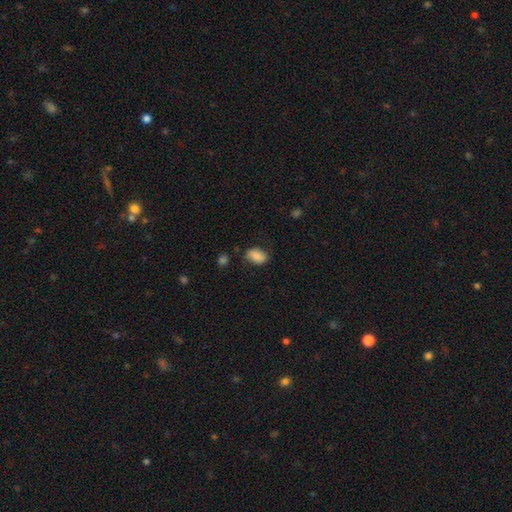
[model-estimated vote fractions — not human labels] smooth 82%, featured or disk 10%, star or artifact 8%. Down the decision tree: how rounded — in between (86%); merging — none (68%).